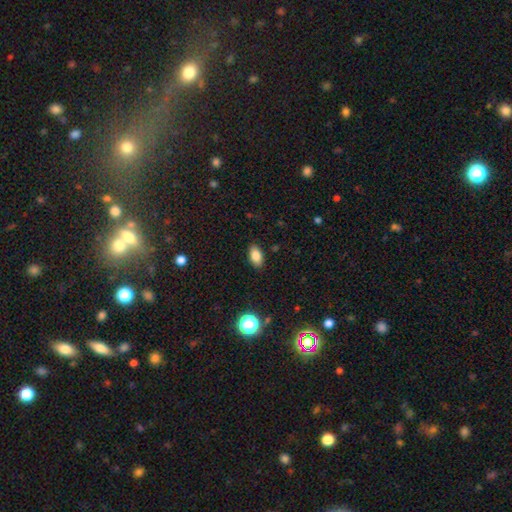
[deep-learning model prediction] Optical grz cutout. It shows a smooth galaxy with no disk features (83%) that is in between round and cigar-shaped (91%). Merging: none (88%).